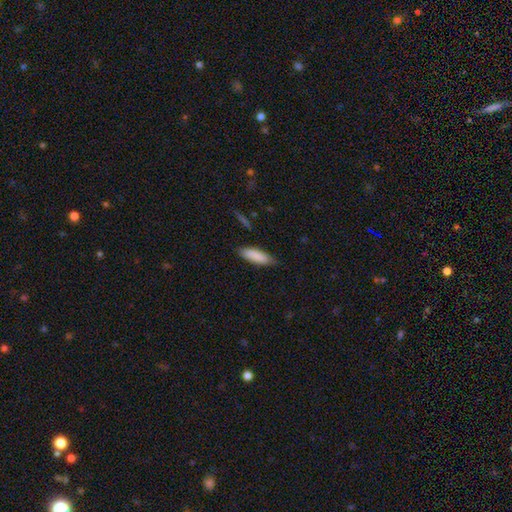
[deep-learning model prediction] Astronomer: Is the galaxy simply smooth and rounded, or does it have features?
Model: smooth — 86%.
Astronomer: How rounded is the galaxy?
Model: in between — 51% (runner-up: cigar-shaped, 47%).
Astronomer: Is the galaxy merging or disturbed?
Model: none — 79%.